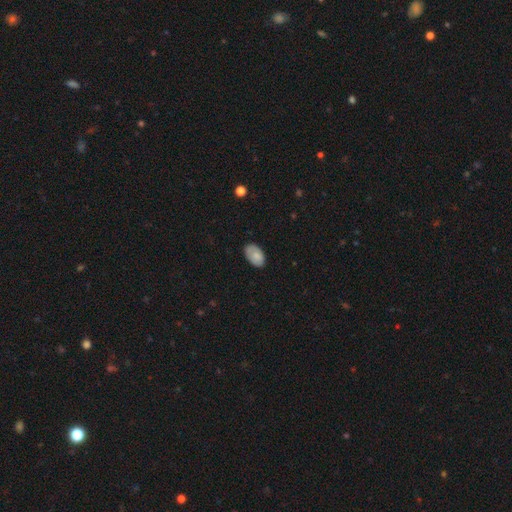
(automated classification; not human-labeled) This appears to be a smooth galaxy with no disk features (80%) that is in between round and cigar-shaped (92%). Merging: none (76%).